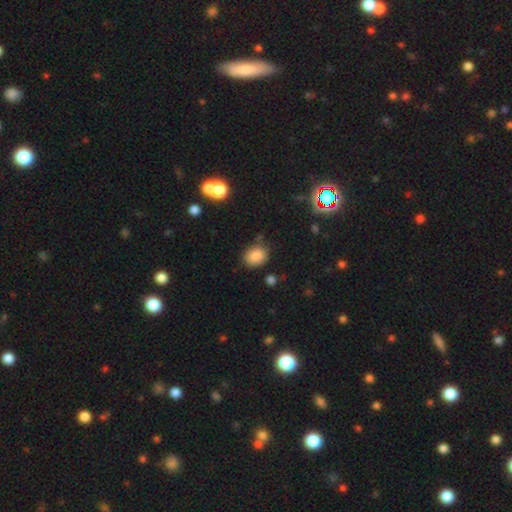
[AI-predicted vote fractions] smooth_or_featured: smooth (p=0.84) [alt: star or artifact p=0.10]
how_rounded: in between (p=0.50) [alt: round p=0.49]
merging: none (p=0.76) [alt: minor disturbance p=0.16]